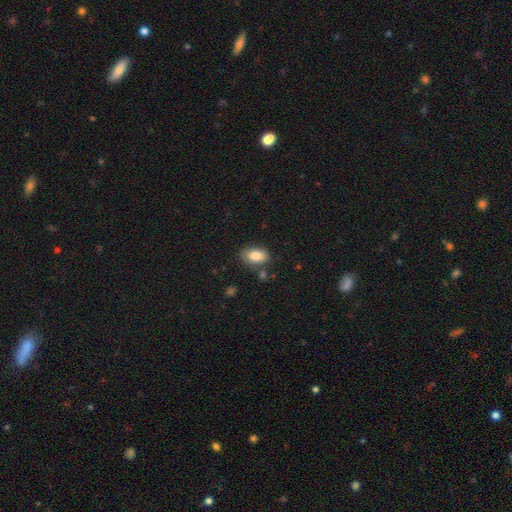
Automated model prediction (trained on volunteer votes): Overall: smooth (84%). How rounded: in between (90%). Merging: none (77%).